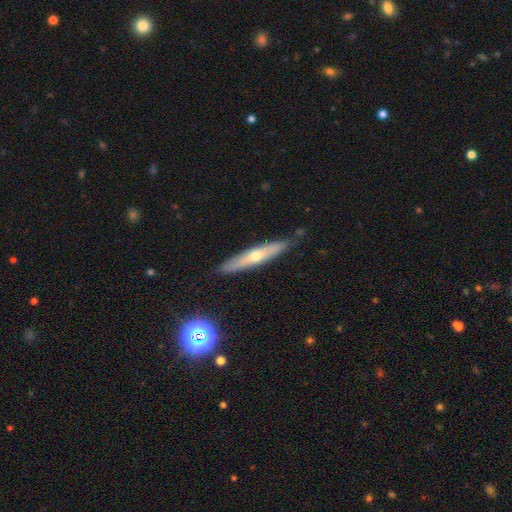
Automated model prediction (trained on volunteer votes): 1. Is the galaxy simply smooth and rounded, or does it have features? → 50% featured or disk, 44% smooth, 6% star or artifact.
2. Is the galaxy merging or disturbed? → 86% none, 10% minor disturbance, 2% major disturbance, 2% merger.